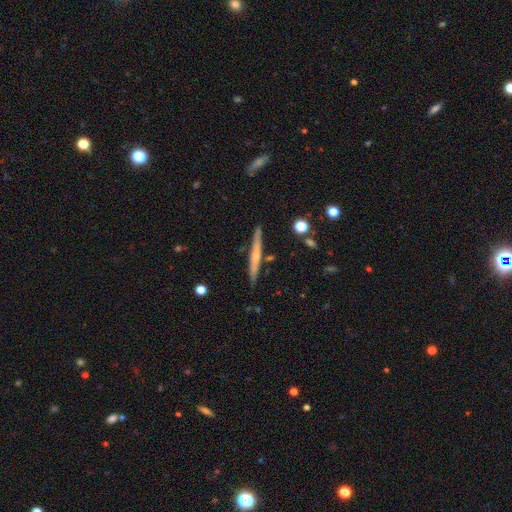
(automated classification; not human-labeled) The model was most divided on "edge-on bulge": none: 52%, rounded: 43%, boxy: 5%. More confident: edge-on disk — yes (96%); merging — none (87%); smooth or featured — featured or disk (53%).